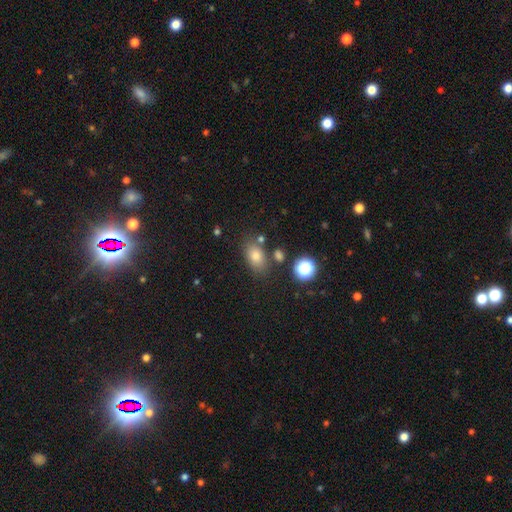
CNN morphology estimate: Smooth or featured?
  - smooth: 75% *
  - star or artifact: 14%
  - featured or disk: 11%
How rounded?
  - in between: 80% *
  - round: 18%
  - cigar-shaped: 2%
Merging?
  - none: 74% *
  - minor disturbance: 13%
  - merger: 8%
  - major disturbance: 5%